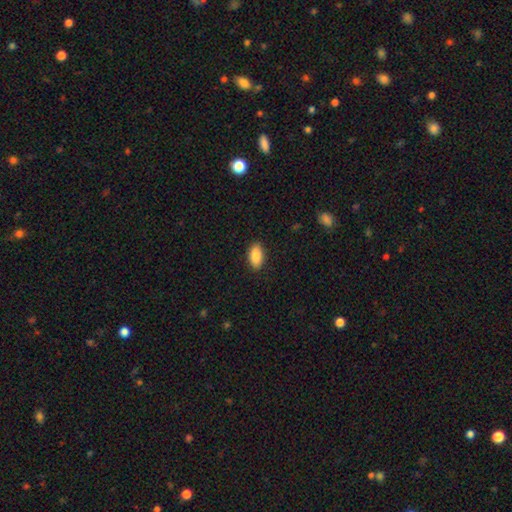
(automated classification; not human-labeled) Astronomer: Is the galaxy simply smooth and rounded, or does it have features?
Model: smooth — 87%.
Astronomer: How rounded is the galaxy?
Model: in between — 93%.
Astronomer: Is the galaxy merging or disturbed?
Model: none — 89%.